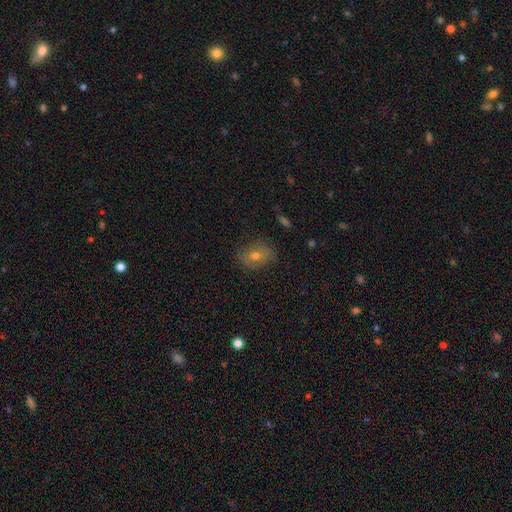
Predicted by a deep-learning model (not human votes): A smooth galaxy with no disk features (53%) that is in between round and cigar-shaped (62%).

Vote fractions:
- Smooth or featured? smooth: 53% / featured or disk: 31% / star or artifact: 16%
- How rounded? in between: 62% / round: 36% / cigar-shaped: 2%
- Merging? none: 79% / minor disturbance: 15% / major disturbance: 4% / merger: 1%